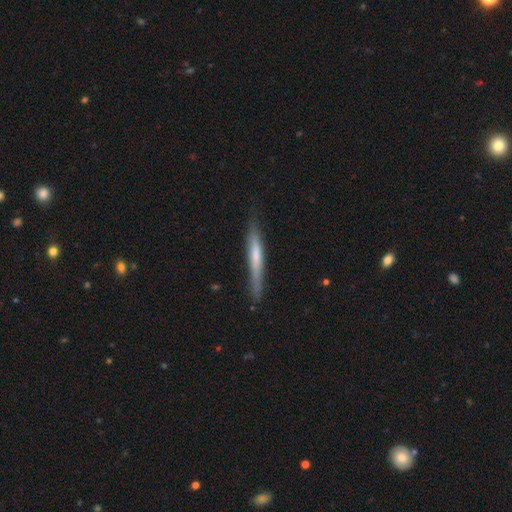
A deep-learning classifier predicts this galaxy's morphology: This is possibly a smooth galaxy (53%). How rounded: clearly cigar-shaped (95%). Merging: clearly none (81%).